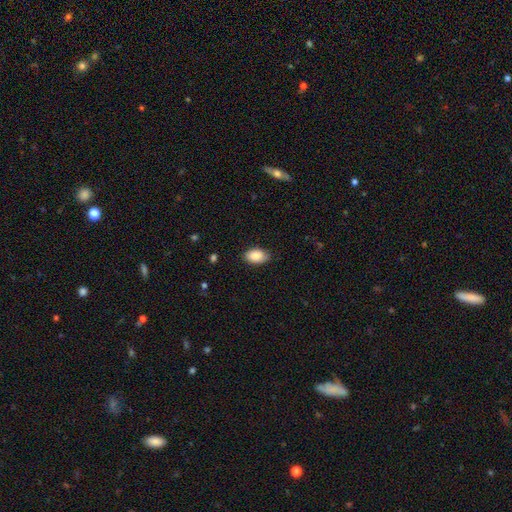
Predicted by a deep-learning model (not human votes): Smooth or featured?
  - smooth: 85% *
  - featured or disk: 8%
  - star or artifact: 7%
How rounded?
  - in between: 91% *
  - round: 7%
  - cigar-shaped: 1%
Merging?
  - none: 78% *
  - minor disturbance: 18%
  - major disturbance: 3%
  - merger: 1%